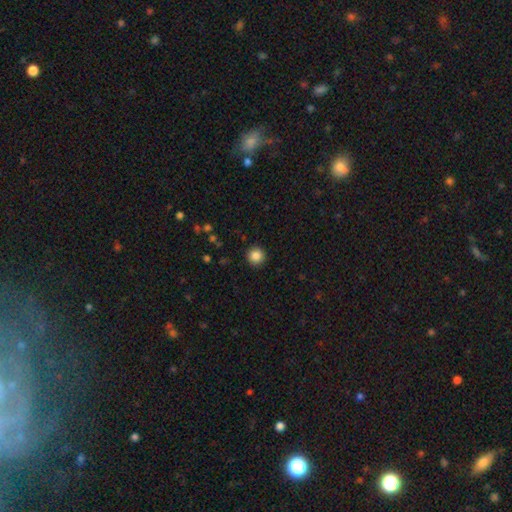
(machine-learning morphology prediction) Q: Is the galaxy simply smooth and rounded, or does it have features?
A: smooth — 86%.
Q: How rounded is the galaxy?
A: round — 95%.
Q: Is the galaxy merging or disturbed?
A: none — 92%.